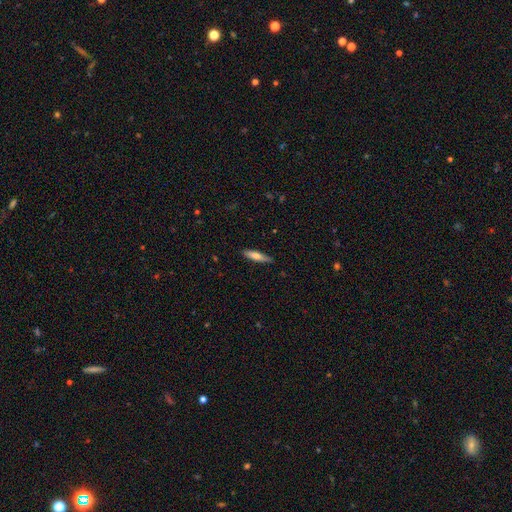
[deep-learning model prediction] A smooth galaxy with no disk features (62%) that is cigar-shaped (78%). Merging: none (85%).